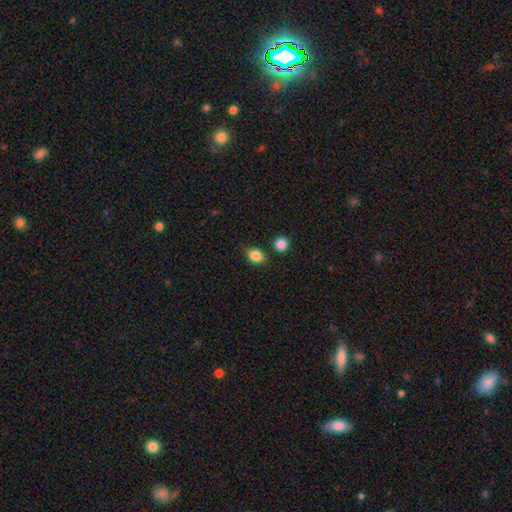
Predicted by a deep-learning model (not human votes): Smooth or featured: smooth — 85% (star or artifact — 10%)
How rounded: in between — 57% (round — 42%)
Merging: none — 76% (minor disturbance — 14%)